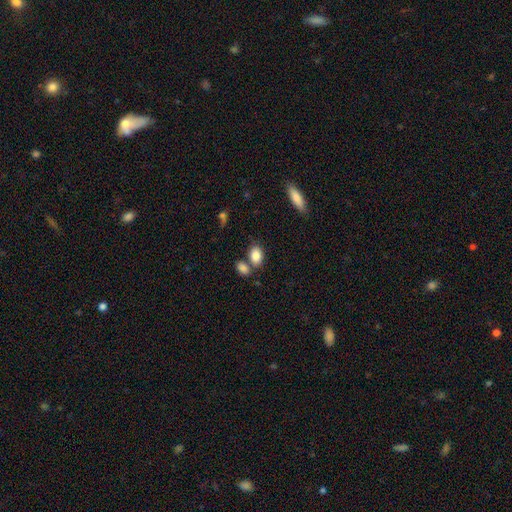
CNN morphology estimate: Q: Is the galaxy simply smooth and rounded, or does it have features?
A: smooth — 86%.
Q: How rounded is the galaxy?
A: in between — 84%.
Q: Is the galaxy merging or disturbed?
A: none — 59%.